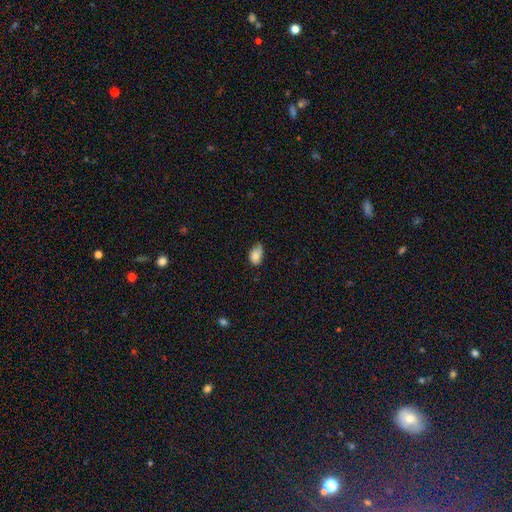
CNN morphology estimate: smooth-or-featured: smooth: 80% | featured or disk: 12% | star or artifact: 8%
  how-rounded: in between: 87% | round: 11% | cigar-shaped: 2%
  merging: none: 43% | minor disturbance: 42% | major disturbance: 12% | merger: 3%